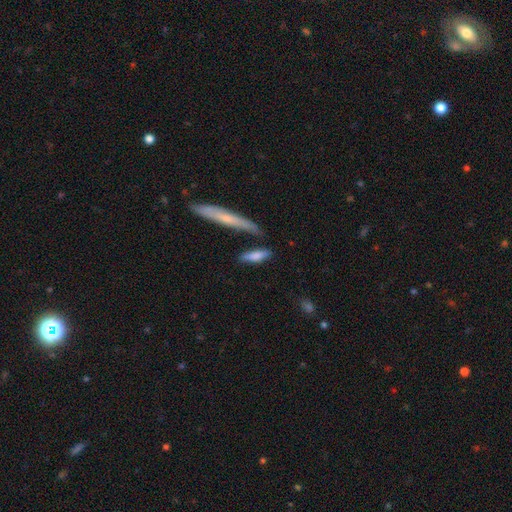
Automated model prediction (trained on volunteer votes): A smooth galaxy with no disk features (74%) that is cigar-shaped (65%). Merging: none (62%).